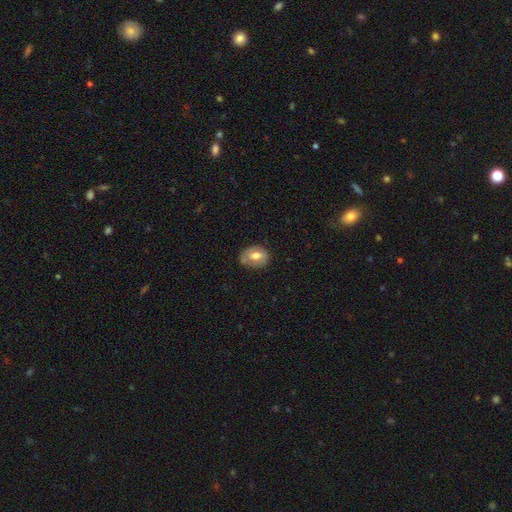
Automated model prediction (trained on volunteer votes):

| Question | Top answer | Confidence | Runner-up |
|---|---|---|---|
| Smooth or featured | smooth | 63% | featured or disk (29%) |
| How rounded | in between | 70% | round (29%) |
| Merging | none | 63% | minor disturbance (26%) |